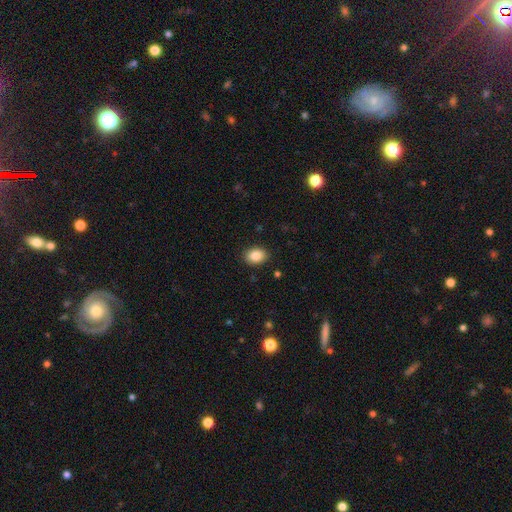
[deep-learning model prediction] Morphology: type=smooth (87%); roundness=in between (67%); merging=none (89%).